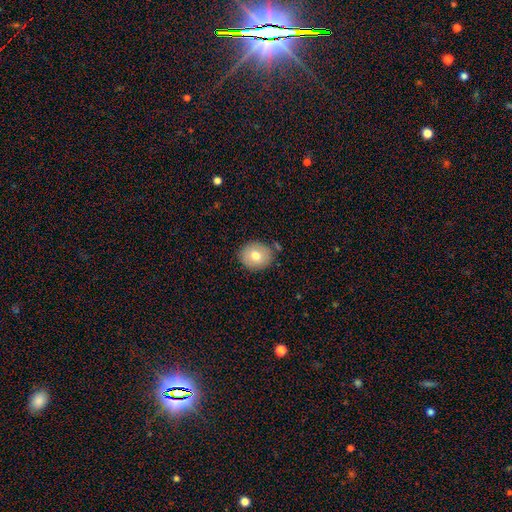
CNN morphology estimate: A smooth galaxy with no disk features (74%) that is round (76%).

Vote fractions:
- Smooth or featured? smooth: 74% / featured or disk: 17% / star or artifact: 9%
- How rounded? round: 76% / in between: 23% / cigar-shaped: 1%
- Merging? none: 81% / minor disturbance: 12% / merger: 4% / major disturbance: 3%